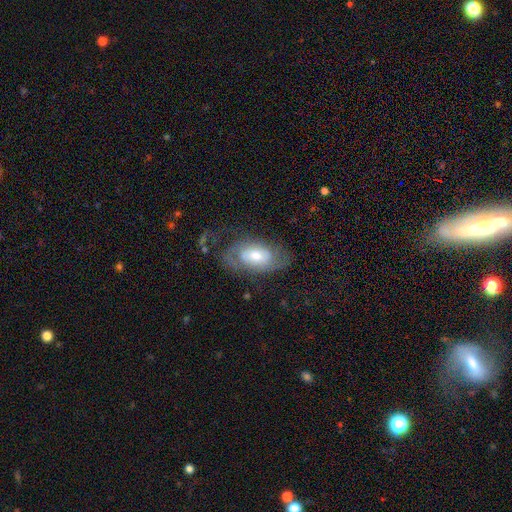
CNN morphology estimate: Smooth or featured: featured or disk — 65% (smooth — 28%)
Edge-on disk: no — 94% (yes — 6%)
Bar: no — 60% (weak — 32%)
Spiral arms: yes — 82% (no — 18%)
Bulge size: moderate — 59% (small — 25%)
Merging: none — 55% (minor disturbance — 23%)